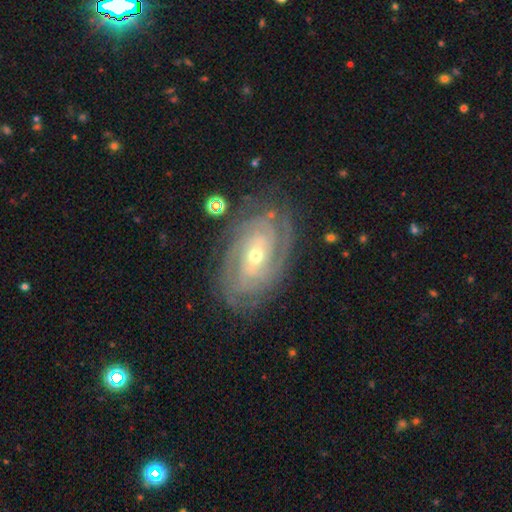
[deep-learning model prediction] Q: Smooth or featured?
A: featured or disk (88%); runner-up: smooth (6%)
Q: Edge-on disk?
A: no (96%); runner-up: yes (4%)
Q: Bar?
A: no (60%); runner-up: weak (29%)
Q: Spiral arms?
A: yes (97%); runner-up: no (3%)
Q: Spiral winding?
A: tight (76%); runner-up: medium (20%)
Q: Spiral arm count?
A: can't tell (26%); tied with: 2 (26%)
Q: Bulge size?
A: moderate (49%); runner-up: small (47%)
Q: Merging?
A: none (77%); runner-up: minor disturbance (16%)